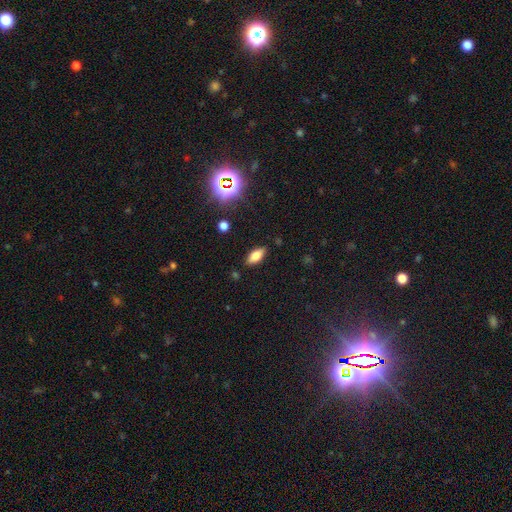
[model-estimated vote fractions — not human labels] Morphology: type=smooth (71%); roundness=in between (82%); merging=none (87%).